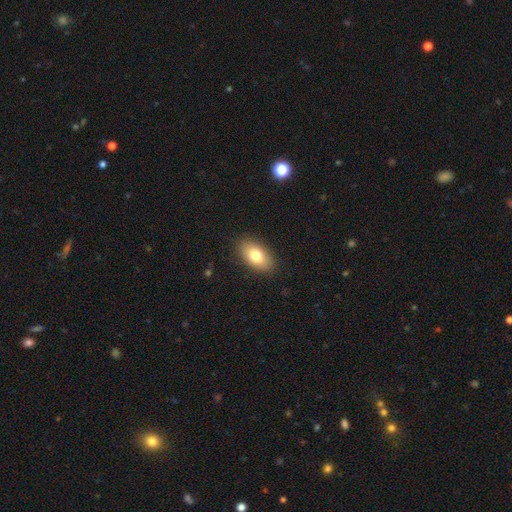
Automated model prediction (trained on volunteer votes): smooth_or_featured: smooth (p=0.77) [alt: featured or disk p=0.15]
how_rounded: in between (p=0.91) [alt: round p=0.07]
merging: none (p=0.87) [alt: minor disturbance p=0.10]